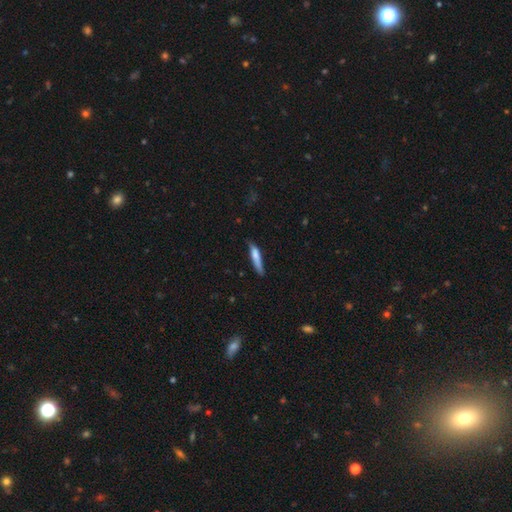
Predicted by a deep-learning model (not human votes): A smooth galaxy with no disk features (72%) that is cigar-shaped (86%).

Vote fractions:
- Smooth or featured? smooth: 72% / featured or disk: 22% / star or artifact: 6%
- How rounded? cigar-shaped: 86% / in between: 13% / round: 1%
- Merging? none: 62% / minor disturbance: 29% / major disturbance: 6% / merger: 2%